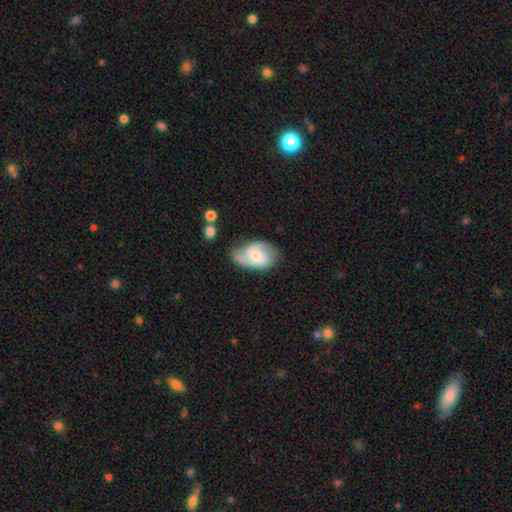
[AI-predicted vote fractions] A featured or disk galaxy (75%) with no bar (61%), 2 (73%) medium (49%) spiral arms (94%) and a small central bulge (53%). Merging: none (60%).